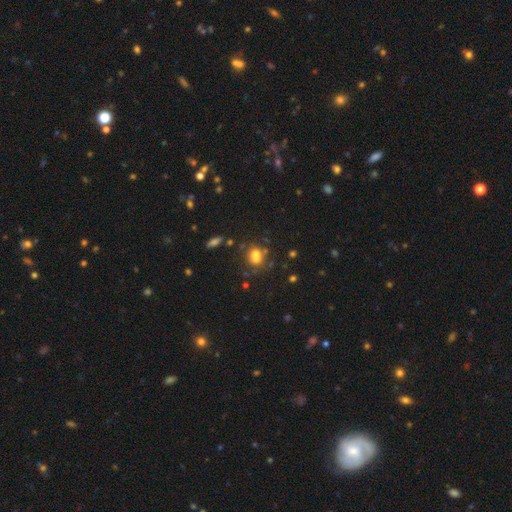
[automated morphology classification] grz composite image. It shows a smooth galaxy with no disk features (66%) that is round (55%). Merging: none (50%).